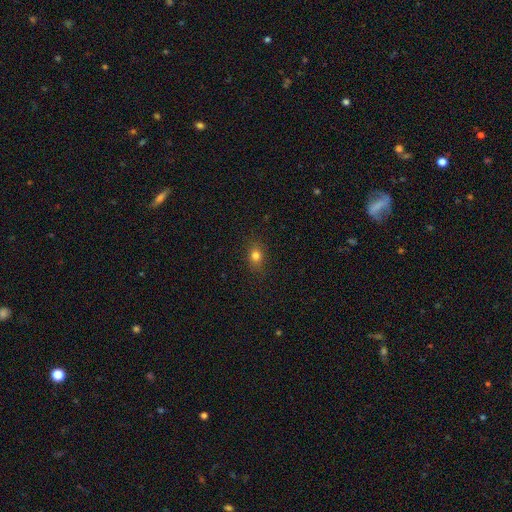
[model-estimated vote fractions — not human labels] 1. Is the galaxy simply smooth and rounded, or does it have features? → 79% smooth, 14% star or artifact, 7% featured or disk.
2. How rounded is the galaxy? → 51% in between, 47% round, 2% cigar-shaped.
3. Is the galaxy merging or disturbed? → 86% none, 11% minor disturbance, 3% major disturbance, 1% merger.